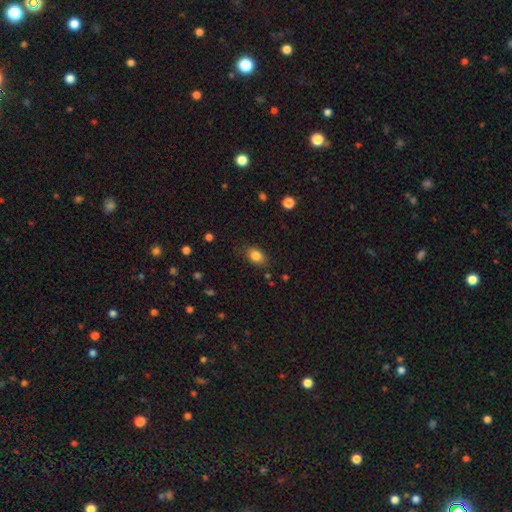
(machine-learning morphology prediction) Smooth or featured: smooth — 84% (star or artifact — 9%)
How rounded: in between — 79% (round — 19%)
Merging: none — 80% (minor disturbance — 15%)